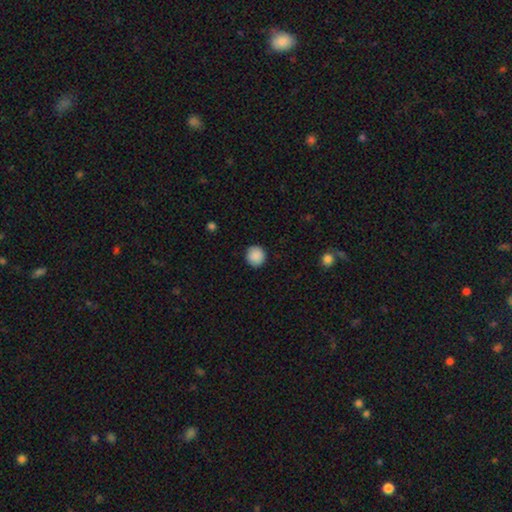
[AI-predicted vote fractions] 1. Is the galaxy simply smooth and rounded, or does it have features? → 89% smooth, 8% star or artifact, 3% featured or disk.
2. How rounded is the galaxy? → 93% round, 6% in between, 1% cigar-shaped.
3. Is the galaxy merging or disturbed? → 91% none, 6% minor disturbance, 2% major disturbance, 1% merger.